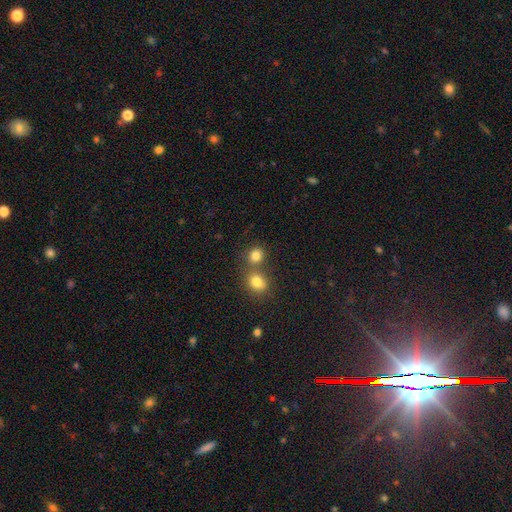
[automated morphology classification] Smooth or featured? Predicted: smooth (p=0.81). How rounded? Predicted: round (p=0.78). Merging? Predicted: none (p=0.55).